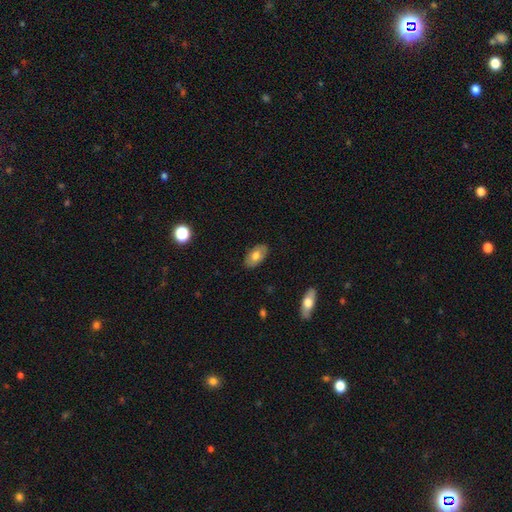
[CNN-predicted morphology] Q: Smooth or featured?
A: smooth (70%); runner-up: featured or disk (24%)
Q: How rounded?
A: in between (93%); runner-up: round (5%)
Q: Merging?
A: none (86%); runner-up: minor disturbance (11%)